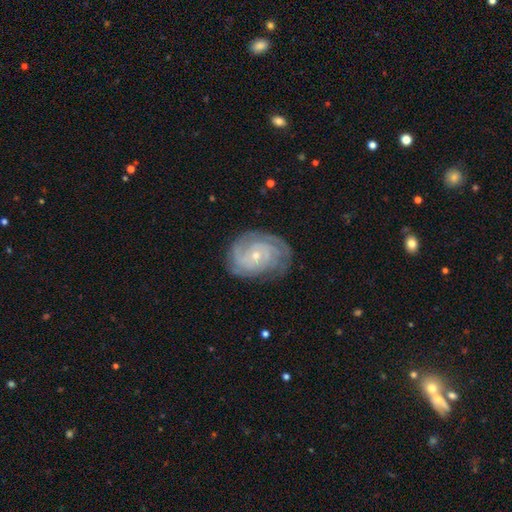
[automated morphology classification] Smooth or featured? featured or disk (87%)
Edge-on disk? no (97%)
Bar? no (72%)
Spiral arms? yes (97%)
Spiral winding? tight (75%)
Spiral arm count? 3 (26%)
Bulge size? small (71%)
Merging? none (76%)